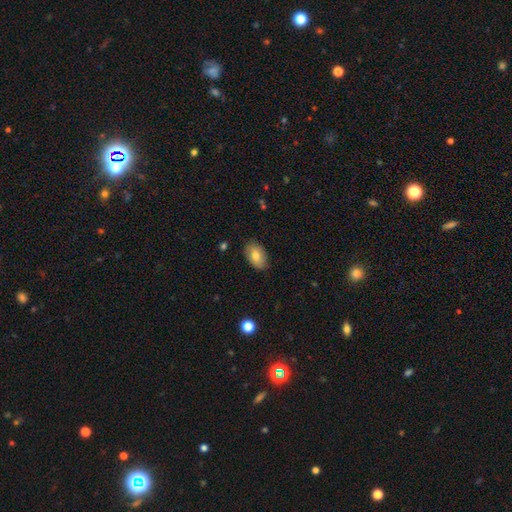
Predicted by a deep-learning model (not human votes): Smooth or featured?
  - smooth: 78% *
  - featured or disk: 15%
  - star or artifact: 7%
How rounded?
  - in between: 89% *
  - round: 9%
  - cigar-shaped: 1%
Merging?
  - none: 83% *
  - minor disturbance: 14%
  - major disturbance: 2%
  - merger: 1%